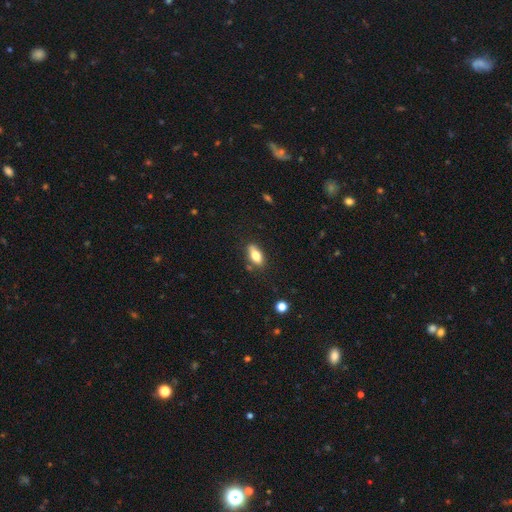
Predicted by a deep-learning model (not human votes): Smooth or featured? smooth (70%)
How rounded? in between (80%)
Merging? none (78%)